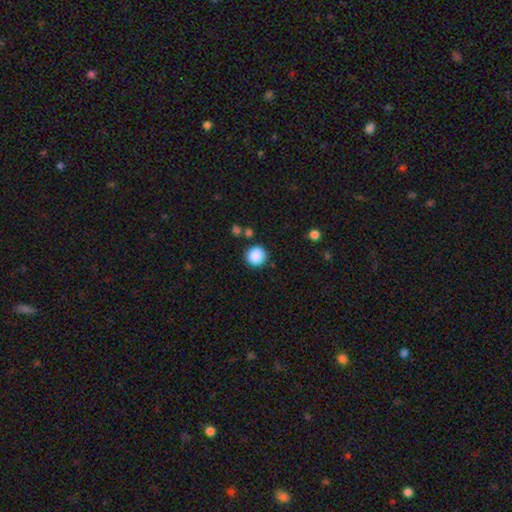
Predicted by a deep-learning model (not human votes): smooth 88%, star or artifact 9%, featured or disk 3%. Down the decision tree: how rounded — round (92%); merging — none (85%).